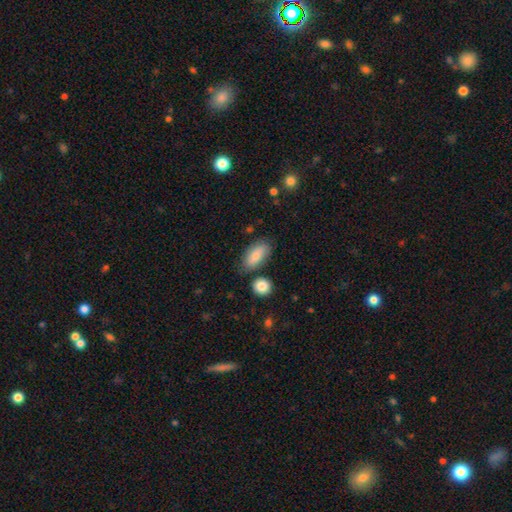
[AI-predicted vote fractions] The model was most divided on "merging": none: 72%, minor disturbance: 17%, merger: 7%, major disturbance: 4%. More confident: how rounded — in between (89%); smooth or featured — smooth (80%).